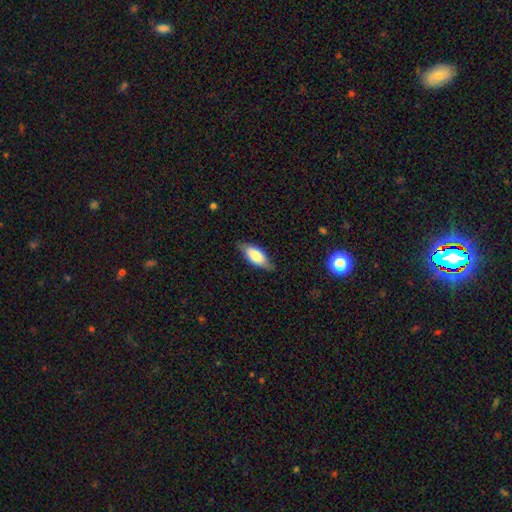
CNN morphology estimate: smooth-or-featured: smooth: 73% | featured or disk: 21% | star or artifact: 6%
  how-rounded: in between: 82% | cigar-shaped: 15% | round: 2%
  merging: none: 76% | minor disturbance: 19% | major disturbance: 4% | merger: 1%